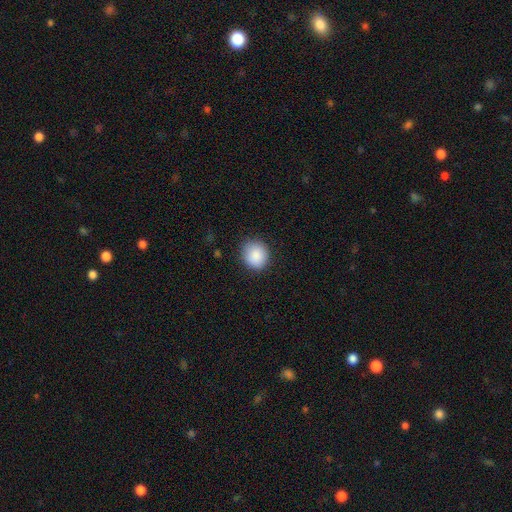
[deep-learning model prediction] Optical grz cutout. It shows a smooth galaxy with no disk features (88%) that is round (79%). Merging: none (84%).